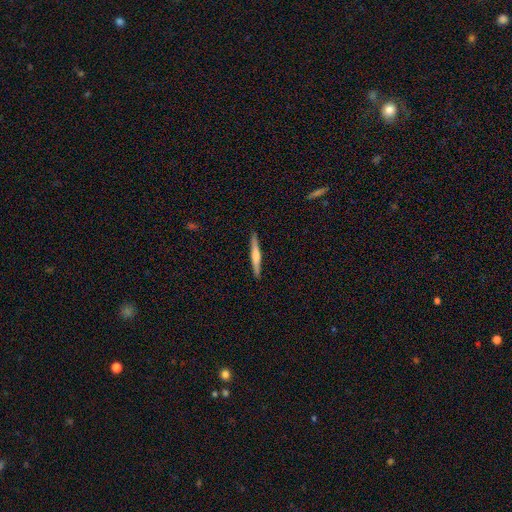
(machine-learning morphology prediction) type=featured or disk (49%); merging=none (90%).